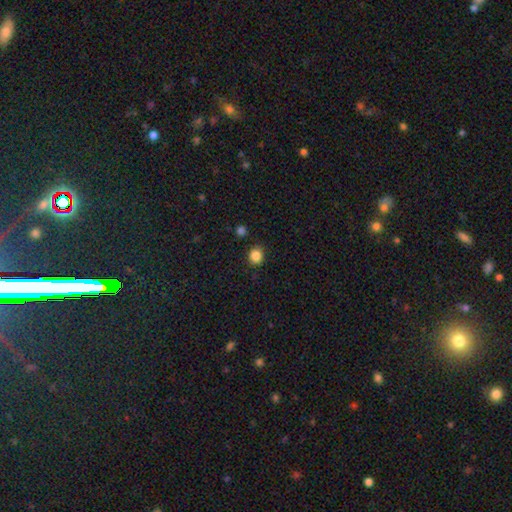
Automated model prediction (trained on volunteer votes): This appears to be a smooth galaxy with no disk features (86%) that is round (78%). Merging: none (86%).